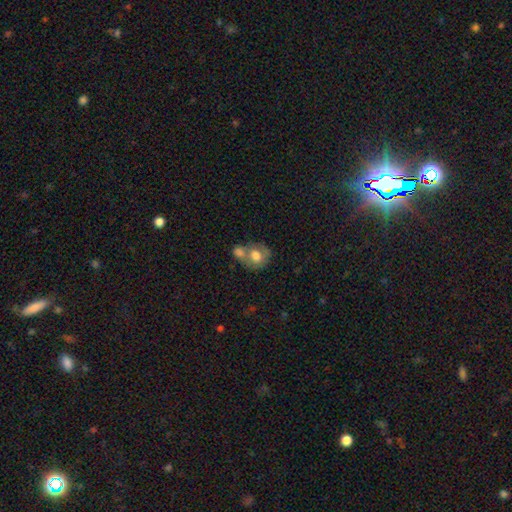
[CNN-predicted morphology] type=smooth (68%); roundness=round (67%); merging=merger (56%).